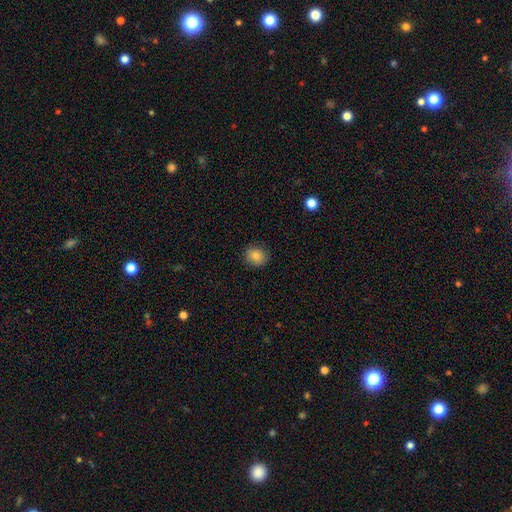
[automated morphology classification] smooth 84%, star or artifact 10%, featured or disk 6%. Down the decision tree: how rounded — round (75%); merging — none (88%).